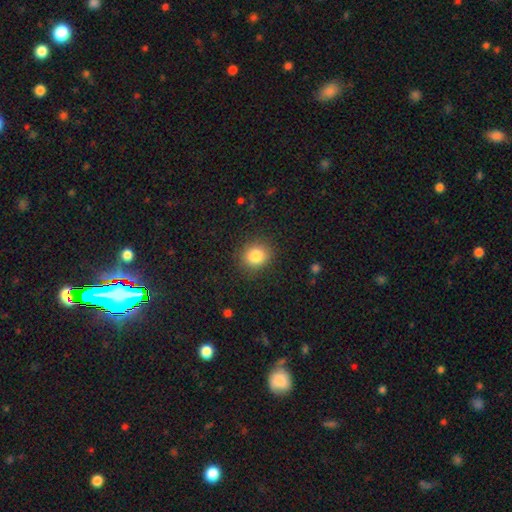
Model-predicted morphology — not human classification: Overall: smooth (84%). How rounded: round (77%). Merging: none (88%).